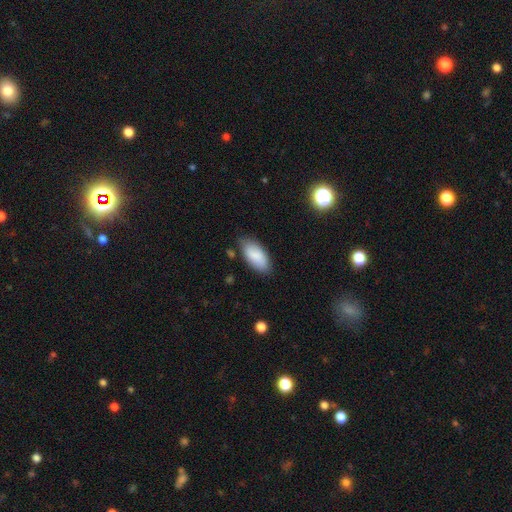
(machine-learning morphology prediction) type=smooth (85%); roundness=in between (90%); merging=none (78%).